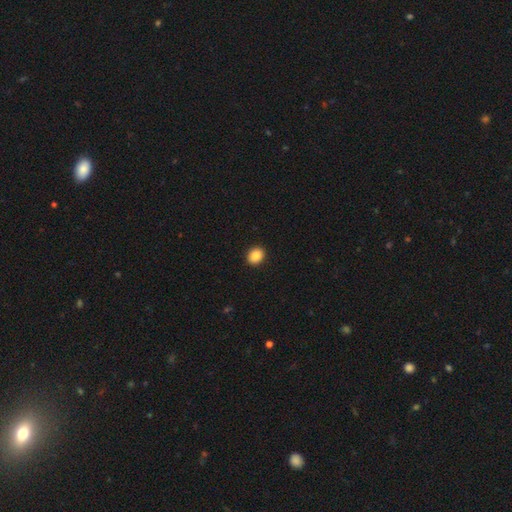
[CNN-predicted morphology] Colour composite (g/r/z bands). It shows a smooth galaxy with no disk features (88%) that is round (59%). Merging: none (92%).